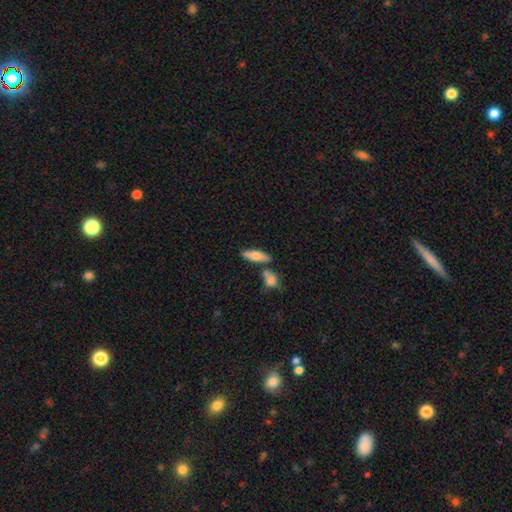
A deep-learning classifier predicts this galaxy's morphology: Smooth or featured? Predicted: smooth (p=0.70). How rounded? Predicted: in between (p=0.55). Merging? Predicted: none (p=0.66).